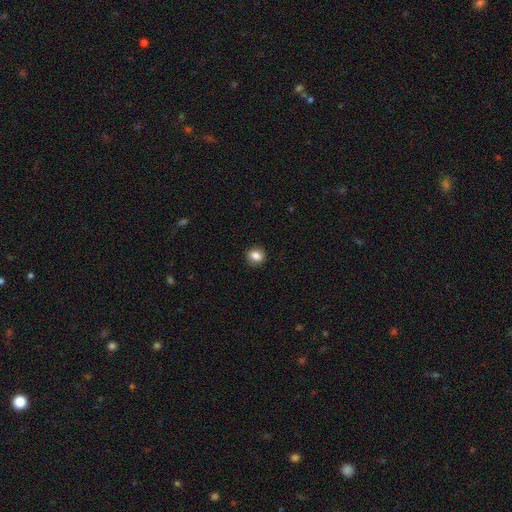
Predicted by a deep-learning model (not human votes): Smooth or featured? smooth (84%)
How rounded? round (82%)
Merging? none (90%)